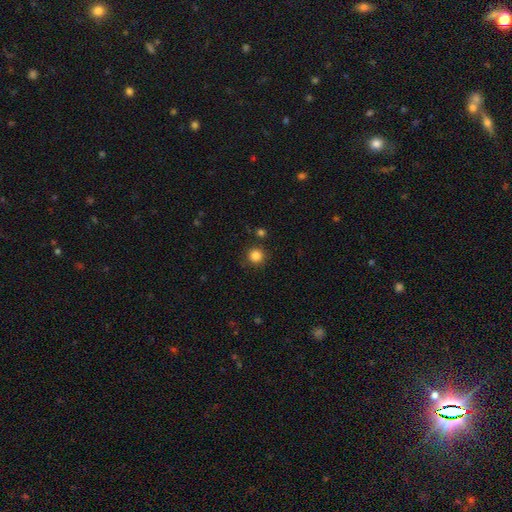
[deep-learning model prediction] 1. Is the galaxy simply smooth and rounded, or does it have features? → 84% smooth, 12% star or artifact, 4% featured or disk.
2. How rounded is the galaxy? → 95% round, 4% in between, 1% cigar-shaped.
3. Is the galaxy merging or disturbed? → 87% none, 7% minor disturbance, 3% merger, 2% major disturbance.